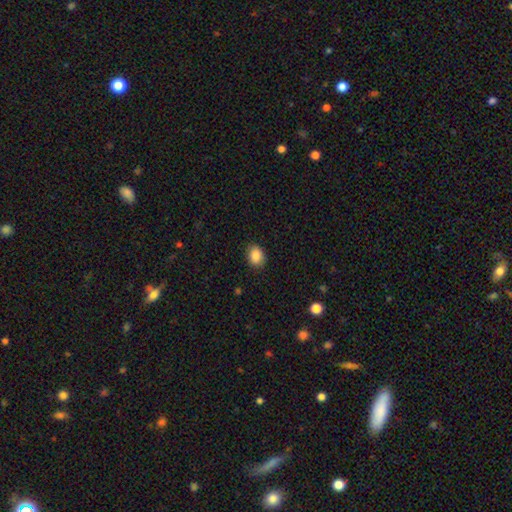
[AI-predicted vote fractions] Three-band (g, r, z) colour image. It shows a smooth galaxy with no disk features (88%) that is in between round and cigar-shaped (62%). Merging: none (87%).